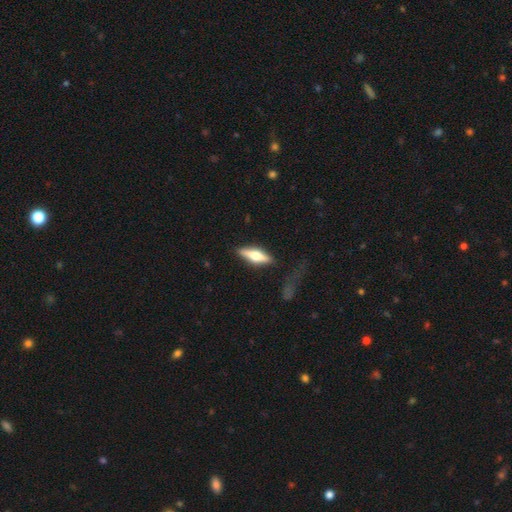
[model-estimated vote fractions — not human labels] smooth-or-featured: featured or disk: 52% | smooth: 42% | star or artifact: 6%
  disk-edge-on: yes: 92% | no: 8%
  merging: none: 76% | minor disturbance: 15% | major disturbance: 7% | merger: 2%